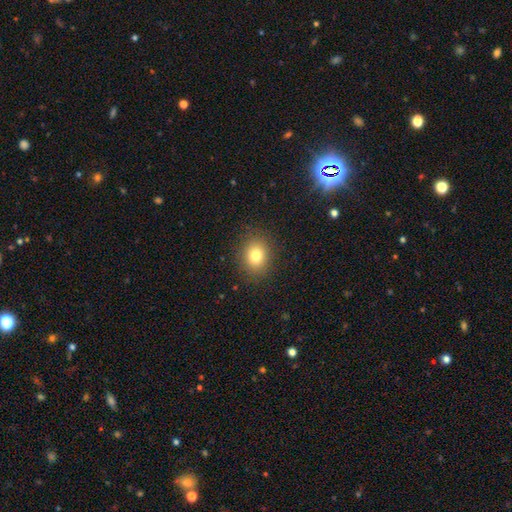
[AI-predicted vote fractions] smooth-or-featured: smooth: 79% | star or artifact: 12% | featured or disk: 9%
  how-rounded: round: 58% | in between: 41% | cigar-shaped: 1%
  merging: none: 88% | minor disturbance: 8% | major disturbance: 3% | merger: 1%